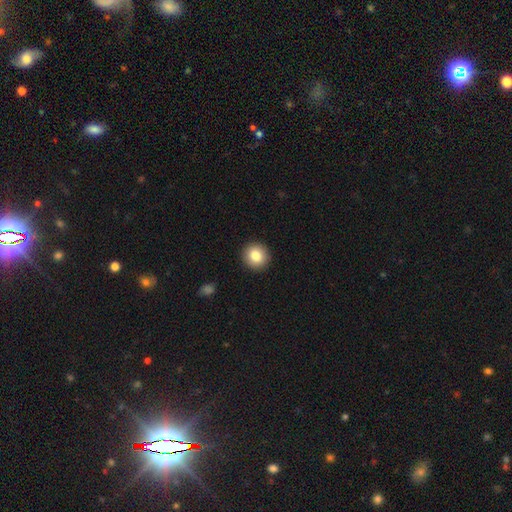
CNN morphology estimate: The model was most divided on "smooth or featured": smooth: 84%, star or artifact: 9%, featured or disk: 7%. More confident: merging — none (92%); how rounded — round (92%).